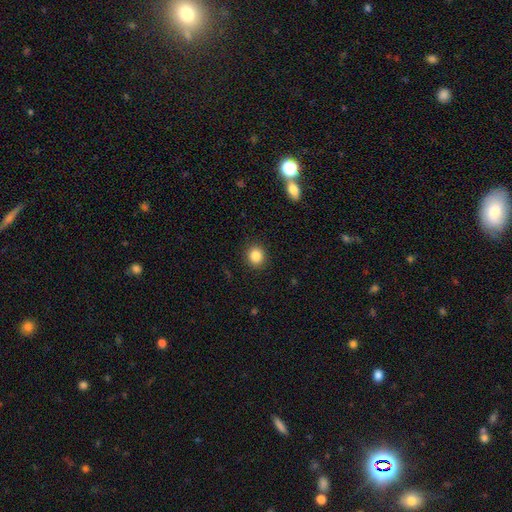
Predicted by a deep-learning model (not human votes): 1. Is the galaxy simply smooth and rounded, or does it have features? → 86% smooth, 10% star or artifact, 4% featured or disk.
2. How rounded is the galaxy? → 83% round, 16% in between, 1% cigar-shaped.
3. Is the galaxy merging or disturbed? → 90% none, 6% minor disturbance, 2% major disturbance, 1% merger.